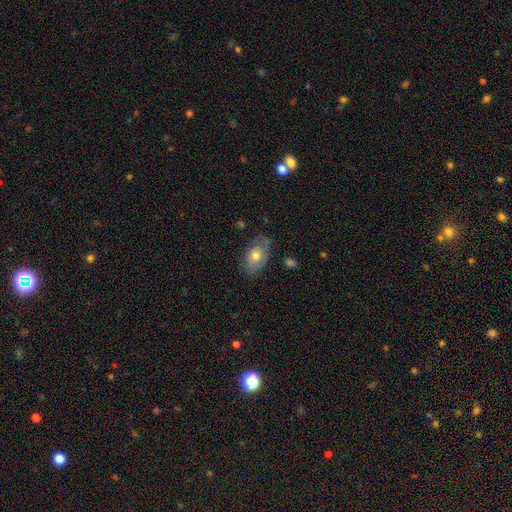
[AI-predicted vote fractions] Morphology: type=smooth (54%); roundness=in between (87%); merging=none (62%).